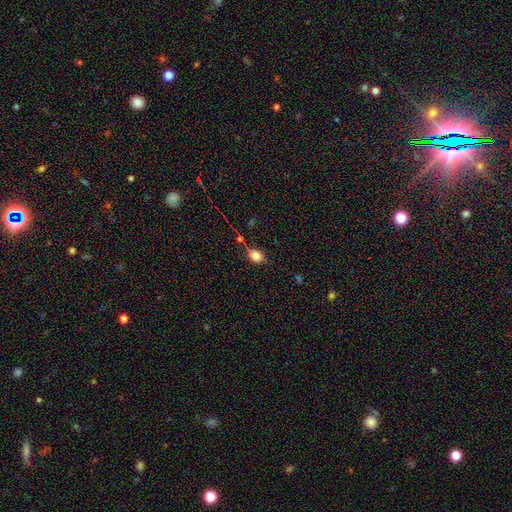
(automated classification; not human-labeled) This is likely a smooth galaxy (80%). How rounded: likely in between (62%). Merging: possibly none (56%).